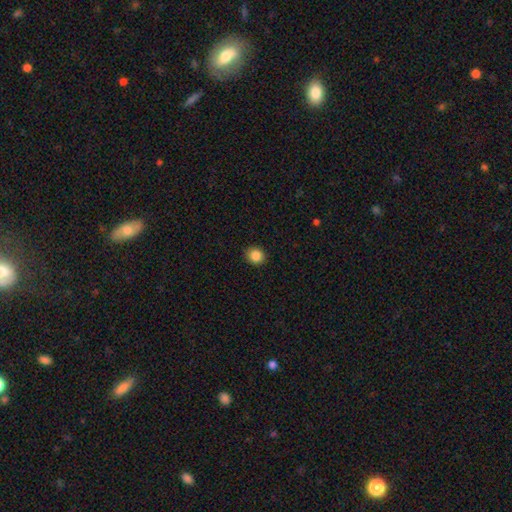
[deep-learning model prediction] Smooth or featured? Predicted: smooth (p=0.86). How rounded? Predicted: round (p=0.79). Merging? Predicted: none (p=0.90).